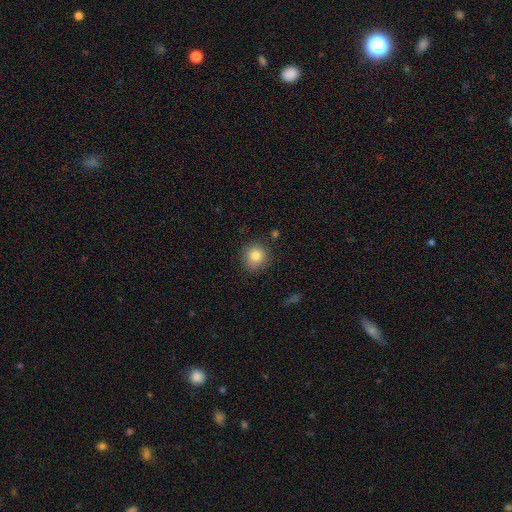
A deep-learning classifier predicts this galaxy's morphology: Overall: smooth (82%). How rounded: round (92%). Merging: none (86%).